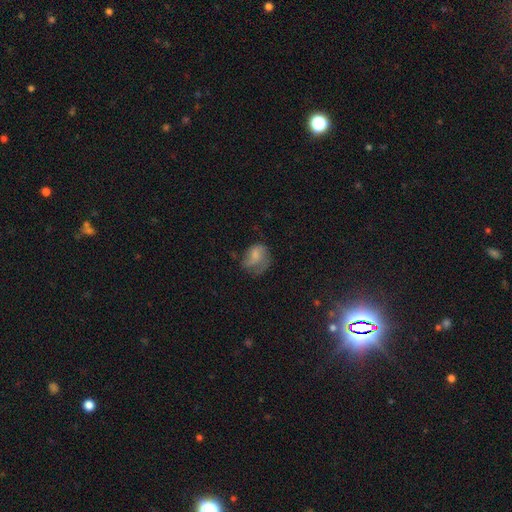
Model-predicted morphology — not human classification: Smooth or featured?
  - smooth: 59% *
  - featured or disk: 31%
  - star or artifact: 10%
How rounded?
  - in between: 55% *
  - round: 44%
  - cigar-shaped: 1%
Merging?
  - none: 35% *
  - major disturbance: 34%
  - minor disturbance: 29%
  - merger: 3%